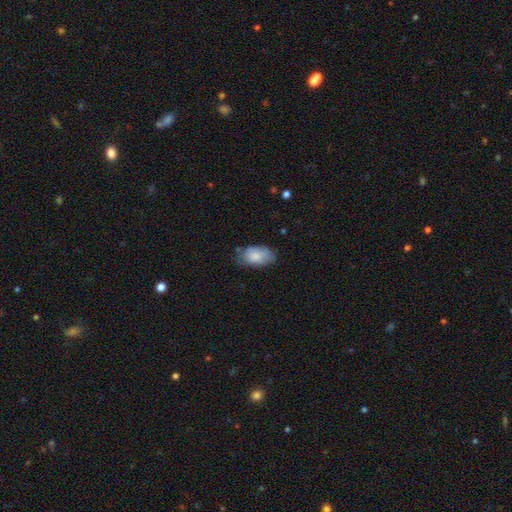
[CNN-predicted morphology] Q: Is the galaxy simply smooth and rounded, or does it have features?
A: smooth — 82%.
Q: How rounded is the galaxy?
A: in between — 94%.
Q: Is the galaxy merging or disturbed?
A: none — 61%.